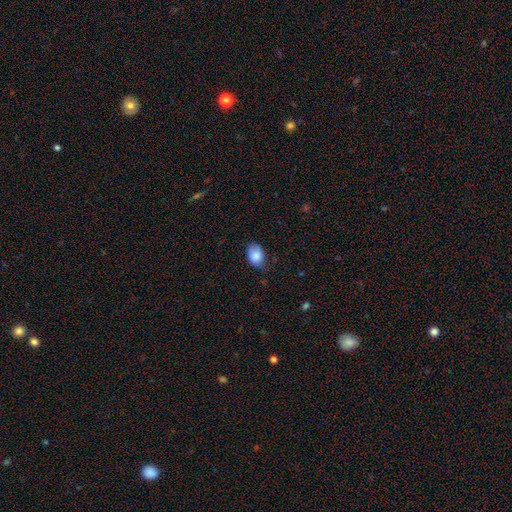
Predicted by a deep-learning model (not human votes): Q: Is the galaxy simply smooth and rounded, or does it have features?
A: smooth — 86%.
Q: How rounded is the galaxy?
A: in between — 78%.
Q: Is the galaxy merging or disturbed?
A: none — 58%.